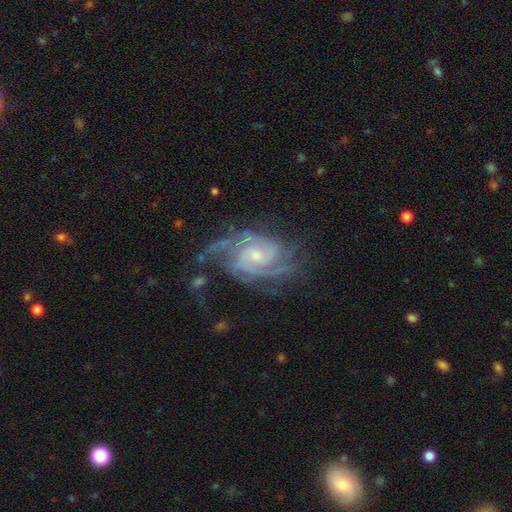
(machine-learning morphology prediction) A featured or disk galaxy (90%) with no bar (60%), 2 (35%) tight (58%) spiral arms (98%) and a small central bulge (54%). Merging: none (62%).